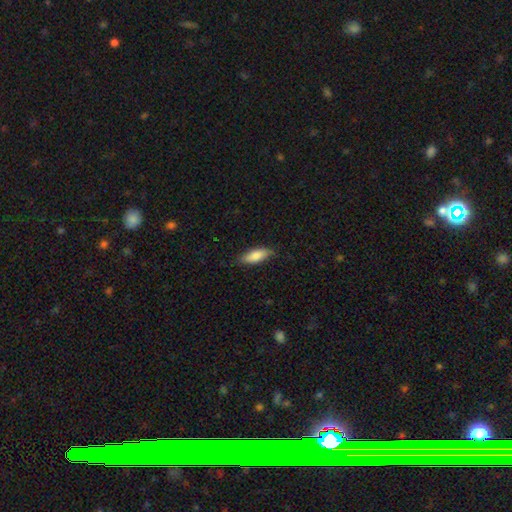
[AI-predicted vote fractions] A smooth galaxy with no disk features (81%) that is in between round and cigar-shaped (70%).

Vote fractions:
- Smooth or featured? smooth: 81% / featured or disk: 13% / star or artifact: 6%
- How rounded? in between: 70% / cigar-shaped: 28% / round: 2%
- Merging? none: 79% / minor disturbance: 17% / major disturbance: 3% / merger: 1%